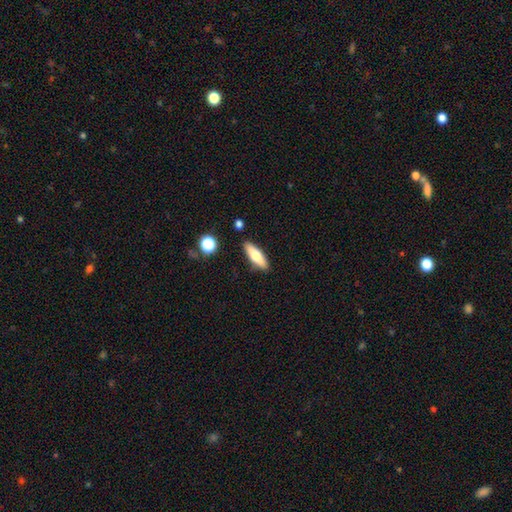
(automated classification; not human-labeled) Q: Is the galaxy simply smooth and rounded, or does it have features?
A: smooth — 66%.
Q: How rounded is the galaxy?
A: cigar-shaped — 51%.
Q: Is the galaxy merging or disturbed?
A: none — 86%.